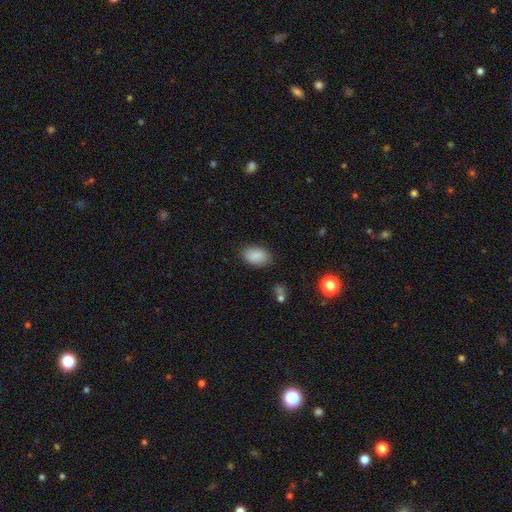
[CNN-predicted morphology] The model was most divided on "merging": none: 81%, minor disturbance: 14%, major disturbance: 3%, merger: 1%. More confident: how rounded — in between (89%); smooth or featured — smooth (88%).